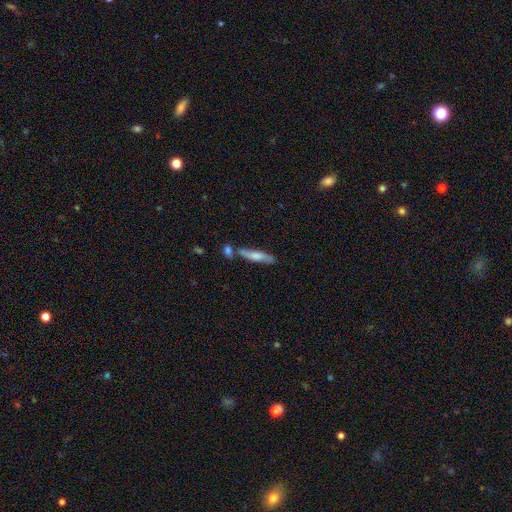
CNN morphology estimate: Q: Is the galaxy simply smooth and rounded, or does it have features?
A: smooth — 60%.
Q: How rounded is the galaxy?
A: cigar-shaped — 80%.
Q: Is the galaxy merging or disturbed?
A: none — 66%.